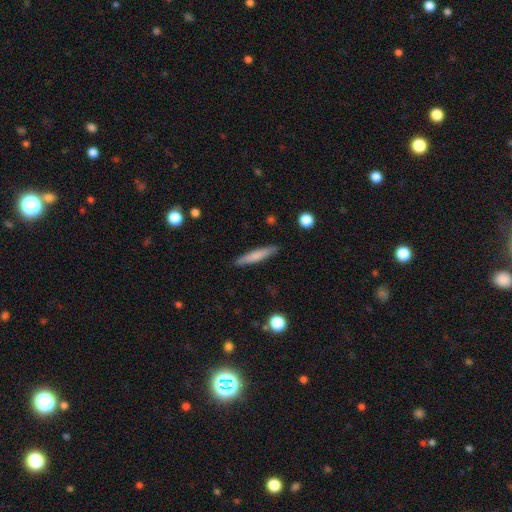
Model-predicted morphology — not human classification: Overall: smooth (71%). How rounded: cigar-shaped (93%). Merging: none (90%).